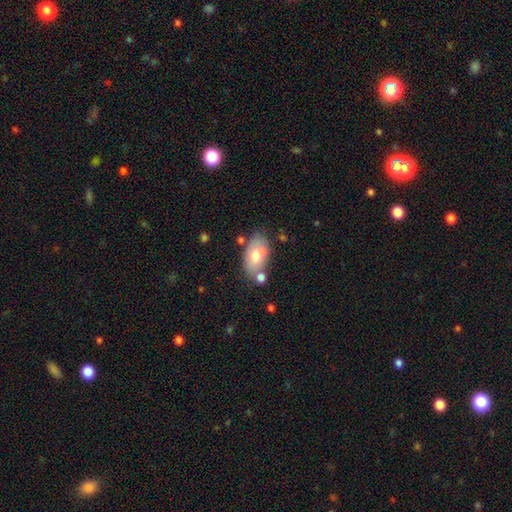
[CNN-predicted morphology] Smooth or featured? smooth (66%)
How rounded? in between (92%)
Merging? none (64%)